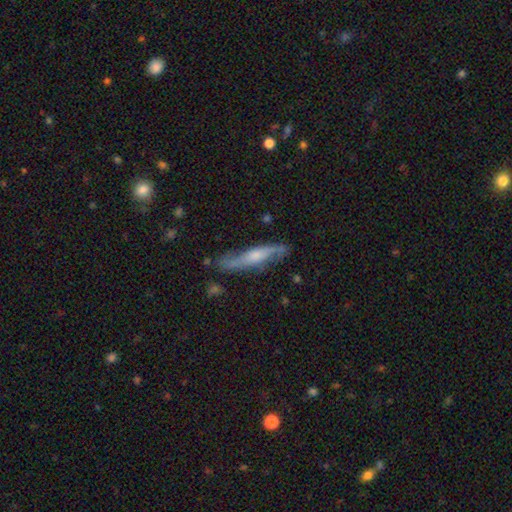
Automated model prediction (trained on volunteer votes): Overall: featured or disk (71%). Edge-on disk: yes (60%; no 40%). Merging: none (77%).